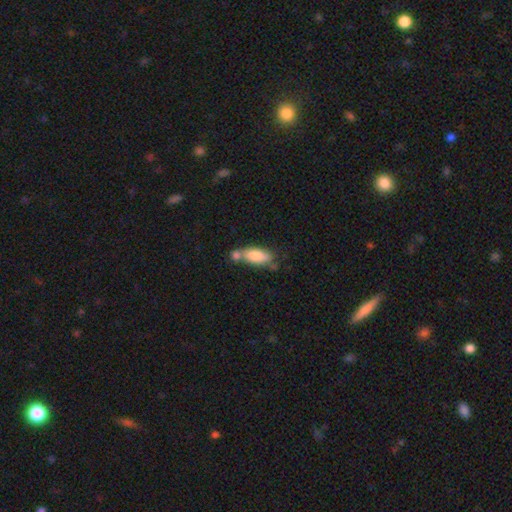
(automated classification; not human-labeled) Smooth or featured? Predicted: smooth (p=0.77). How rounded? Predicted: in between (p=0.79). Merging? Predicted: merger (p=0.40).